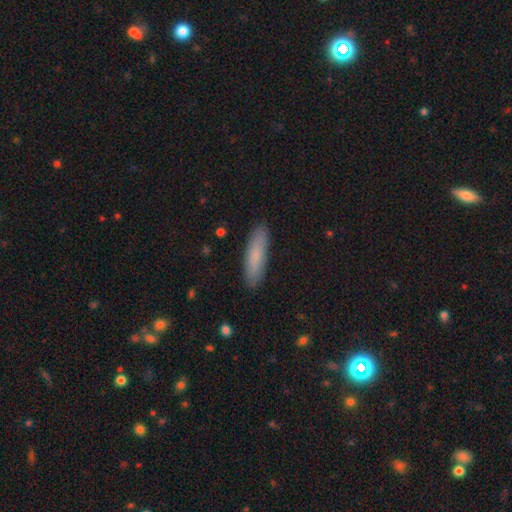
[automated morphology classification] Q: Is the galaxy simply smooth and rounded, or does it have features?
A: smooth — 81%.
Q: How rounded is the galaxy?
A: cigar-shaped — 74%.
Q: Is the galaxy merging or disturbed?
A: none — 90%.